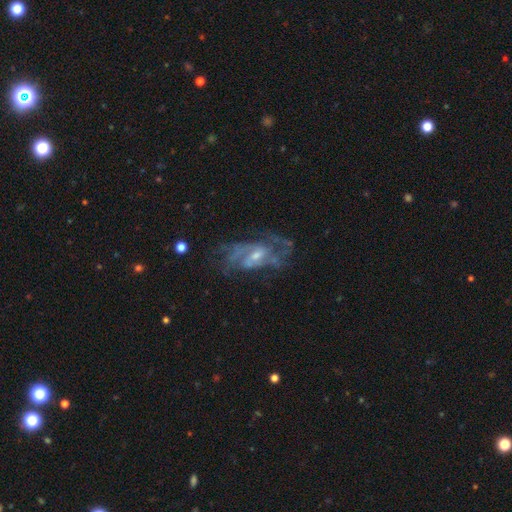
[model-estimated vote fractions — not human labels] Smooth or featured? featured or disk (79%)
Edge-on disk? no (93%)
Bar? weak (44%)
Spiral arms? yes (83%)
Spiral winding? medium (45%)
Spiral arm count? can't tell (38%)
Bulge size? small (51%)
Merging? none (58%)